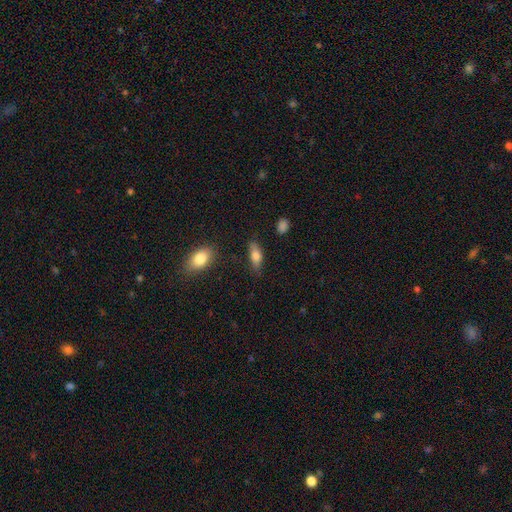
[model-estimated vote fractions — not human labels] Smooth or featured? smooth (76%)
How rounded? in between (70%)
Merging? none (78%)